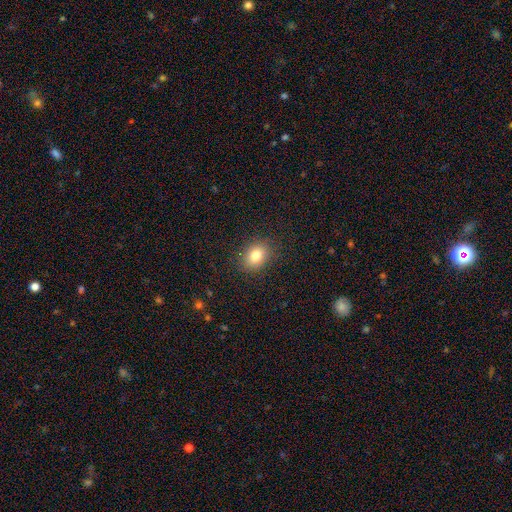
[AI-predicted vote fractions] This appears to be a smooth galaxy with no disk features (80%) that is in between round and cigar-shaped (58%). Merging: none (88%).